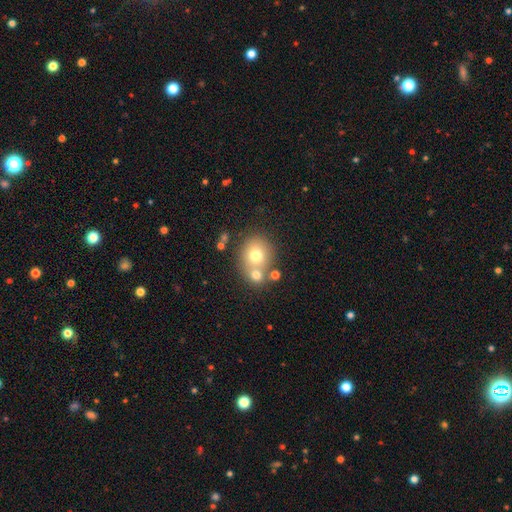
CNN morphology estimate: smooth 70%, featured or disk 18%, star or artifact 12%. Down the decision tree: how rounded — round (79%); merging — none (51%).